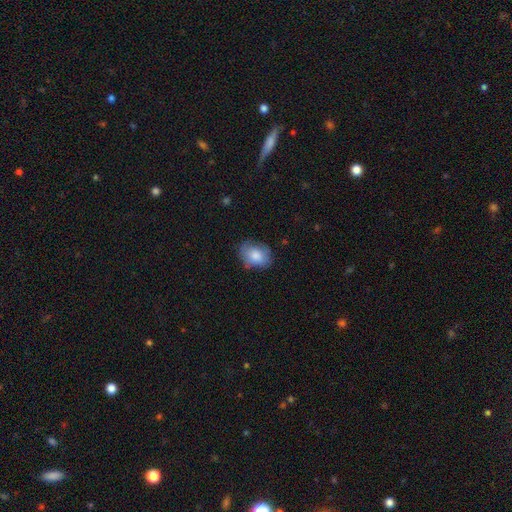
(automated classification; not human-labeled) Smooth or featured? Predicted: smooth (p=0.78). How rounded? Predicted: in between (p=0.69). Merging? Predicted: none (p=0.66).